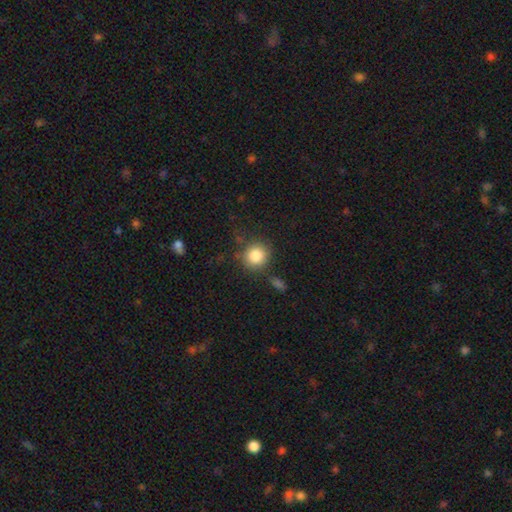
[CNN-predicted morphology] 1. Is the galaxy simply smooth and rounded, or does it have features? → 85% smooth, 9% star or artifact, 6% featured or disk.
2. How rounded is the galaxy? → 90% round, 9% in between, 1% cigar-shaped.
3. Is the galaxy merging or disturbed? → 78% none, 12% minor disturbance, 5% merger, 5% major disturbance.